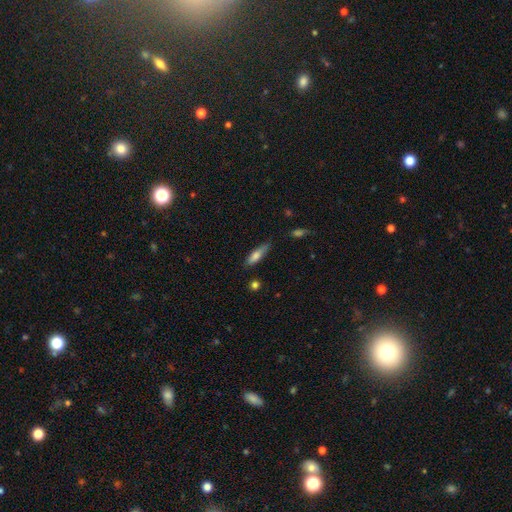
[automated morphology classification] type=smooth (73%); roundness=cigar-shaped (60%); merging=none (67%).